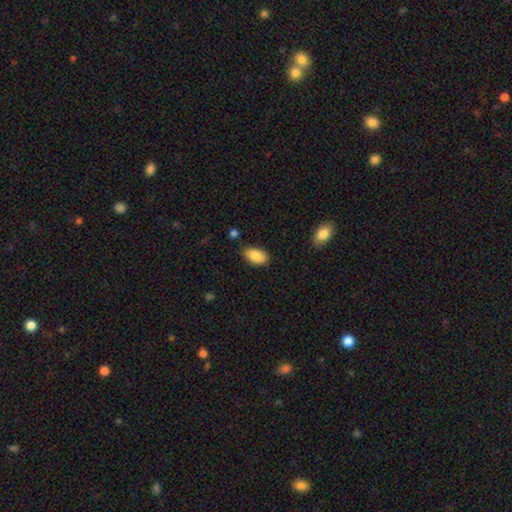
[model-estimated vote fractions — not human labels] Morphology: type=smooth (86%); roundness=in between (93%); merging=none (76%).